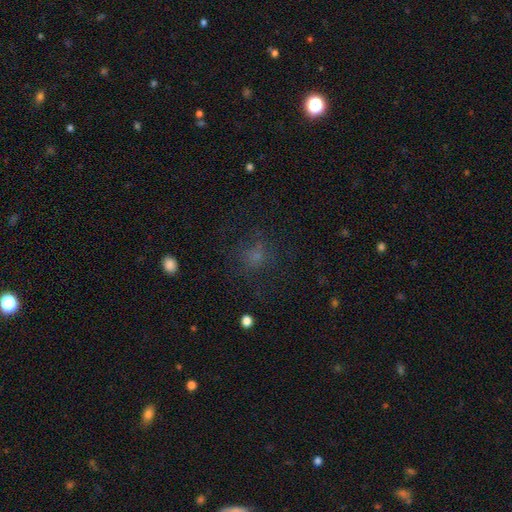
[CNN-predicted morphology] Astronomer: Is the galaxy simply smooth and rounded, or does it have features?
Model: smooth — 60%.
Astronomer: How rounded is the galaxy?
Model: round — 79%.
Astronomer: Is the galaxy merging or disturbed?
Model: none — 68%.